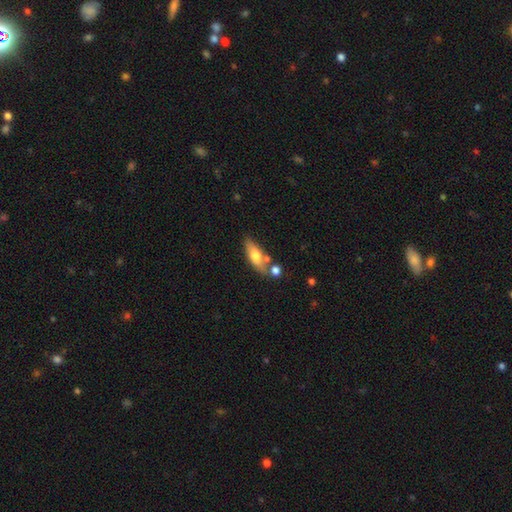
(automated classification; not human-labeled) Morphology: type=smooth (63%); roundness=in between (62%); merging=none (64%).